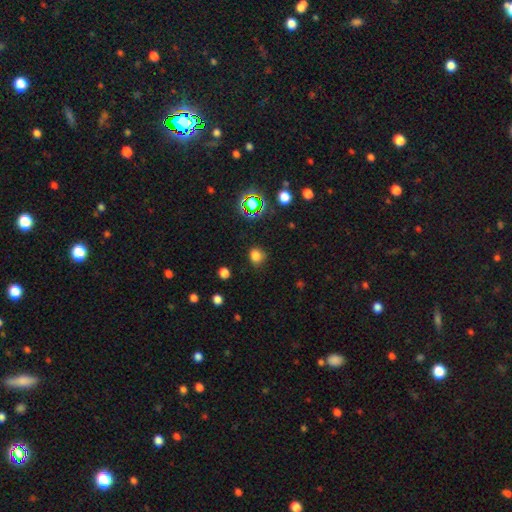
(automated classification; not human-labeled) smooth 76%, star or artifact 19%, featured or disk 5%. Down the decision tree: how rounded — round (75%); merging — none (82%).